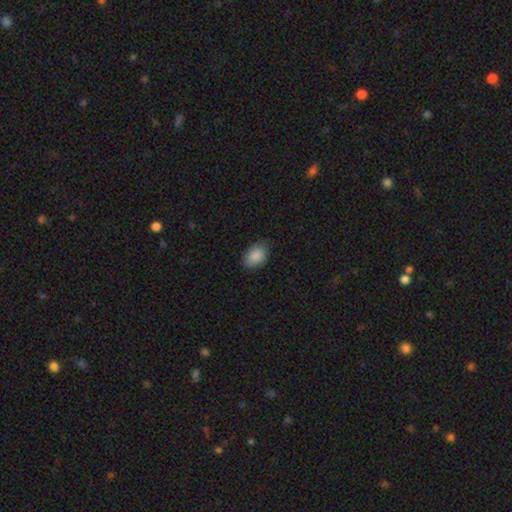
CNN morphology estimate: Smooth or featured? Predicted: smooth (p=0.88). How rounded? Predicted: in between (p=0.89). Merging? Predicted: none (p=0.77).